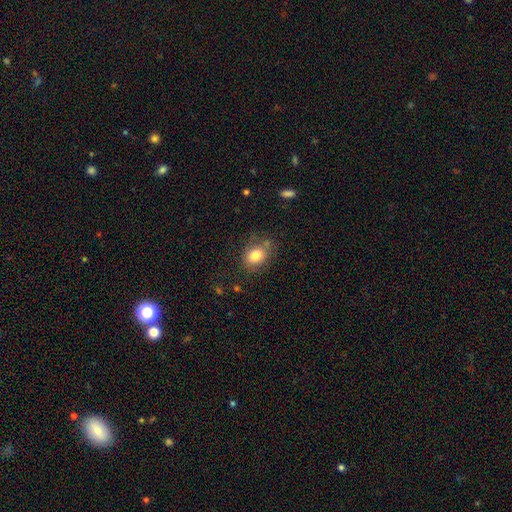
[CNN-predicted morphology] A smooth galaxy with no disk features (80%) that is in between round and cigar-shaped (54%). Merging: none (69%).